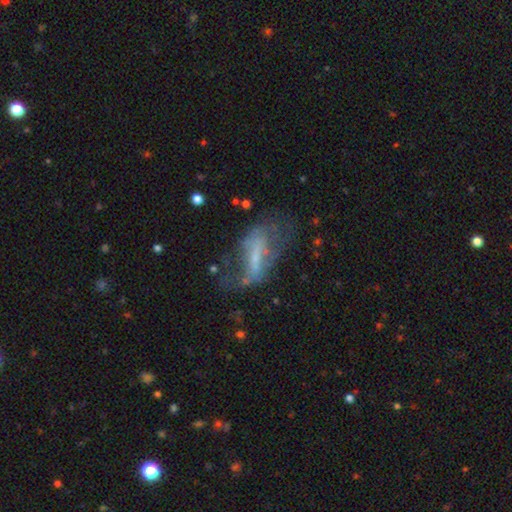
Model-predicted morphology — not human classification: This appears to be a featured or disk galaxy (58%) with a strong bar (40%), no spiral arms (53%) and a small central bulge (42%). Merging: none (39%).